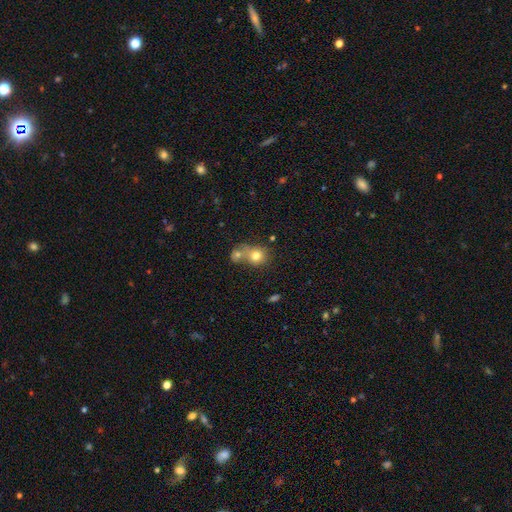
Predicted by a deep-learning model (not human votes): Smooth or featured?
  - smooth: 76% *
  - featured or disk: 13%
  - star or artifact: 11%
How rounded?
  - round: 74% *
  - in between: 25%
  - cigar-shaped: 1%
Merging?
  - merger: 50% *
  - none: 36%
  - minor disturbance: 9%
  - major disturbance: 5%